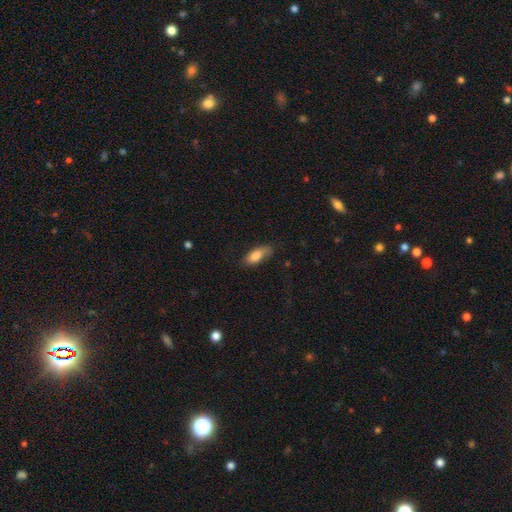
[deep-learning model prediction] Smooth or featured? Predicted: smooth (p=0.81). How rounded? Predicted: in between (p=0.81). Merging? Predicted: none (p=0.65).